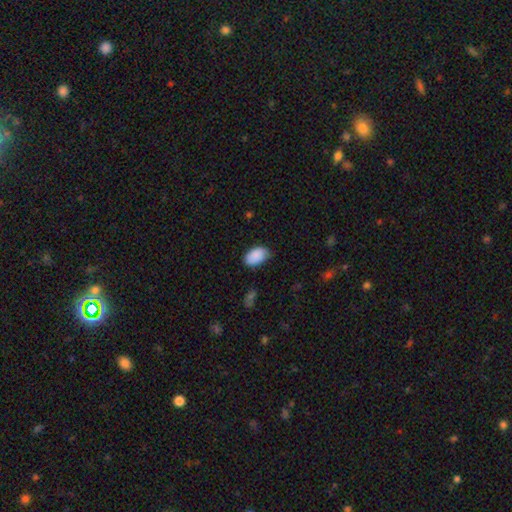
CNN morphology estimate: The model was most divided on "merging": none: 68%, minor disturbance: 26%, major disturbance: 4%, merger: 2%. More confident: how rounded — in between (93%); smooth or featured — smooth (89%).